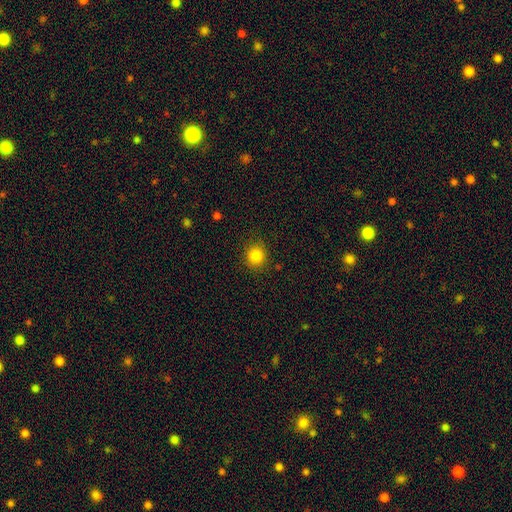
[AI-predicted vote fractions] Overall: smooth (84%). How rounded: round (87%). Merging: none (88%).